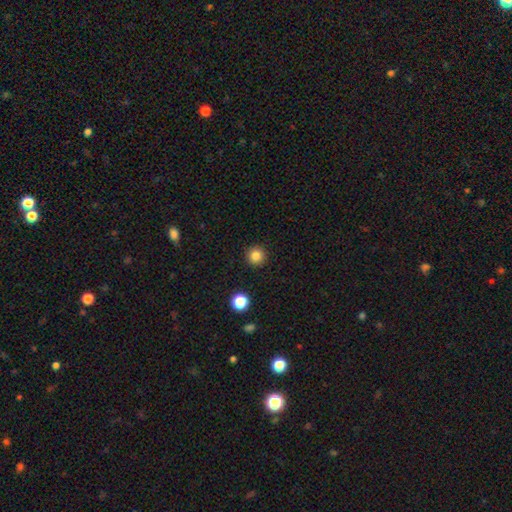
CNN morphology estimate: type=smooth (83%); roundness=round (96%); merging=none (92%).